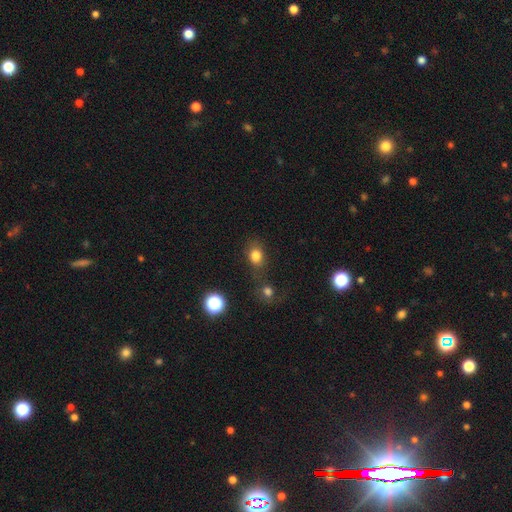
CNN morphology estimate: smooth 79%, star or artifact 14%, featured or disk 7%. Down the decision tree: how rounded — round (52%); merging — none (63%).